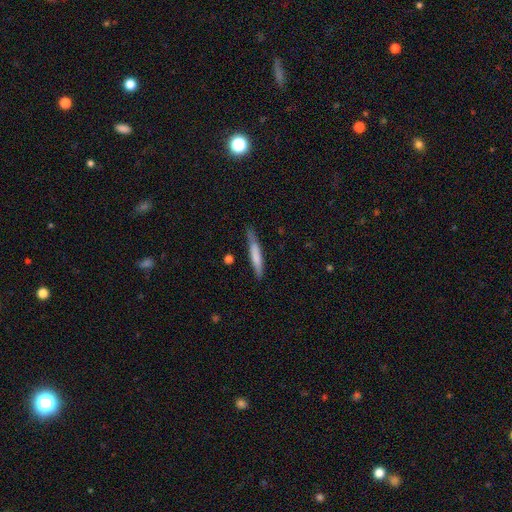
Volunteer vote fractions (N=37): This is likely a smooth galaxy (73%). How rounded: clearly cigar-shaped (93%). Merging: likely none (63%).